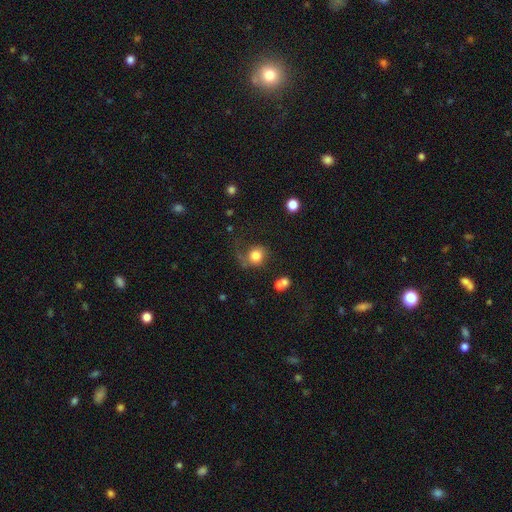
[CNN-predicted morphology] smooth 76%, featured or disk 14%, star or artifact 10%. Down the decision tree: how rounded — round (80%); merging — none (47%).